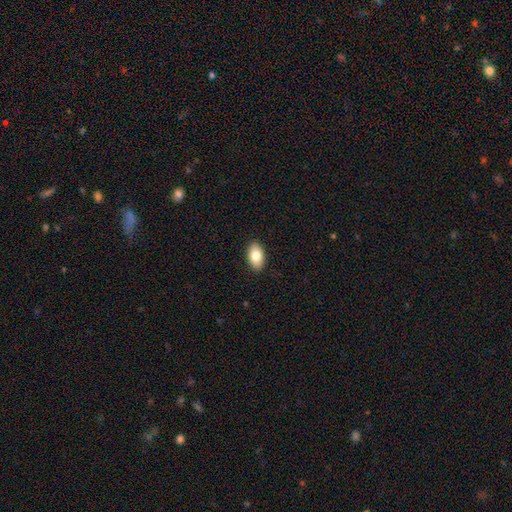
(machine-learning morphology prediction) Smooth or featured: smooth — 83% (featured or disk — 10%)
How rounded: in between — 93% (round — 4%)
Merging: none — 90% (minor disturbance — 7%)